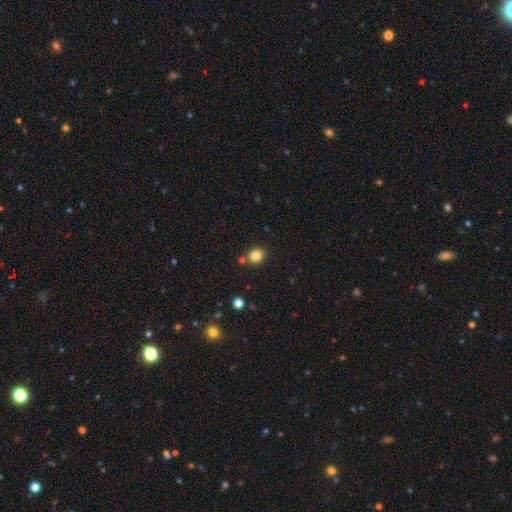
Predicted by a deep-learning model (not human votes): Q: Smooth or featured?
A: smooth (83%); runner-up: star or artifact (12%)
Q: How rounded?
A: round (76%); runner-up: in between (23%)
Q: Merging?
A: none (80%); runner-up: minor disturbance (9%)